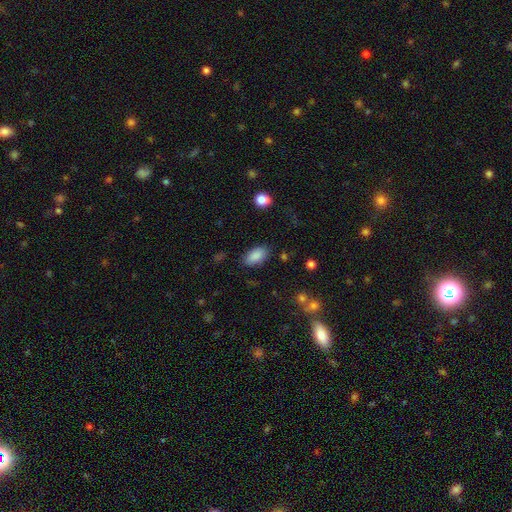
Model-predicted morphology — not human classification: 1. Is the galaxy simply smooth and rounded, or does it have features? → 88% smooth, 8% star or artifact, 4% featured or disk.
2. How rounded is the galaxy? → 93% in between, 4% round, 3% cigar-shaped.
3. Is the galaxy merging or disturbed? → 85% none, 11% minor disturbance, 3% major disturbance, 1% merger.